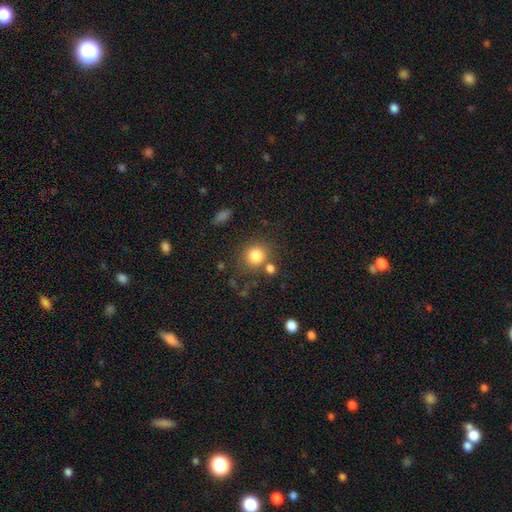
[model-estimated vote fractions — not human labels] This appears to be a smooth galaxy with no disk features (82%) that is round (84%). Merging: none (70%).